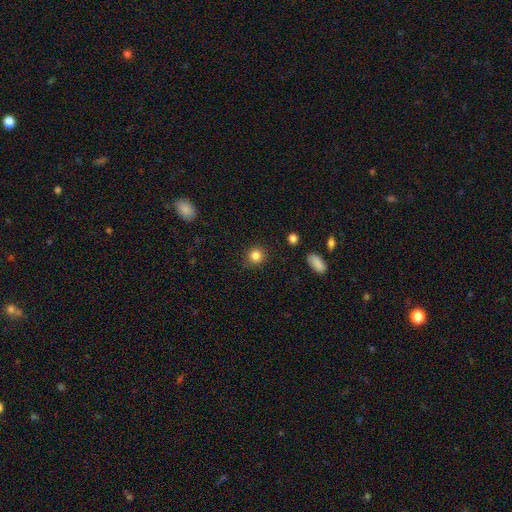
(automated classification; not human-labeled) smooth 85%, star or artifact 11%, featured or disk 4%. Down the decision tree: how rounded — round (90%); merging — none (89%).